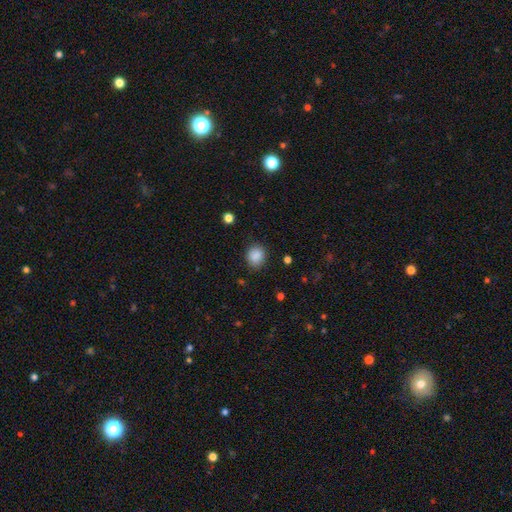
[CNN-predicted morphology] A smooth galaxy with no disk features (88%) that is round (70%). Merging: none (84%).